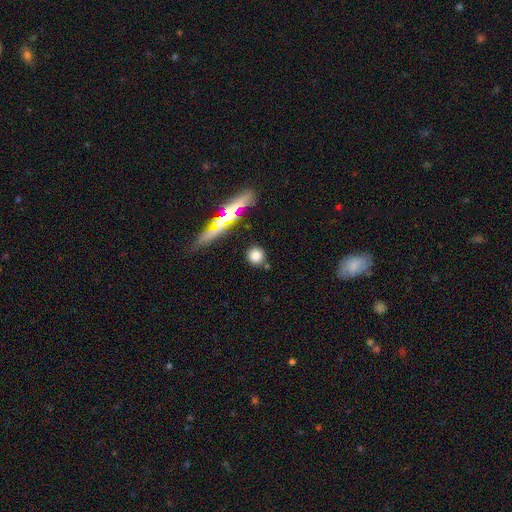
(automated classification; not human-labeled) This appears to be a smooth galaxy with no disk features (79%) that is round (89%). Merging: none (83%).